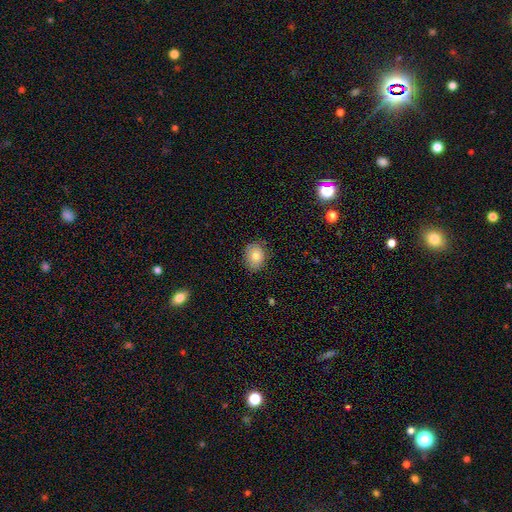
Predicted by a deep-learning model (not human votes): smooth 77%, featured or disk 13%, star or artifact 10%. Down the decision tree: how rounded — round (57%); merging — none (80%).